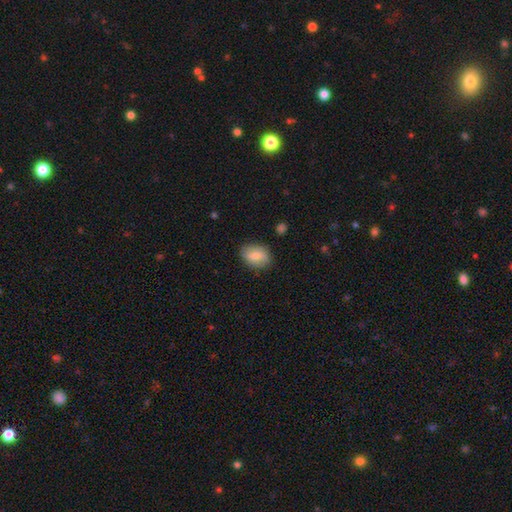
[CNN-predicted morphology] Overall: smooth (74%). How rounded: in between (77%). Merging: none (79%).